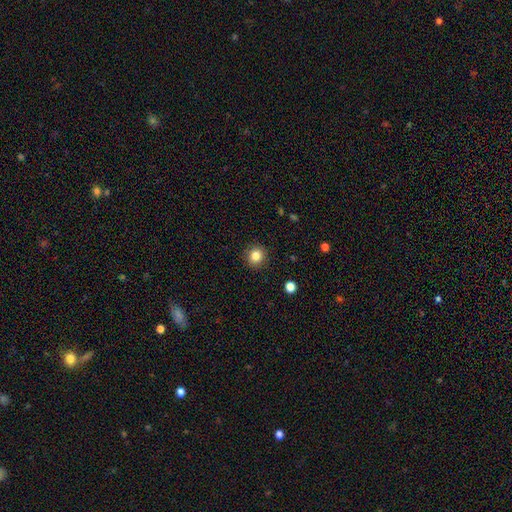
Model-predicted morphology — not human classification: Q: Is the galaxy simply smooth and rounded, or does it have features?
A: smooth — 83%.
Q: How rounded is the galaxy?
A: round — 89%.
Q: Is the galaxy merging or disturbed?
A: none — 91%.